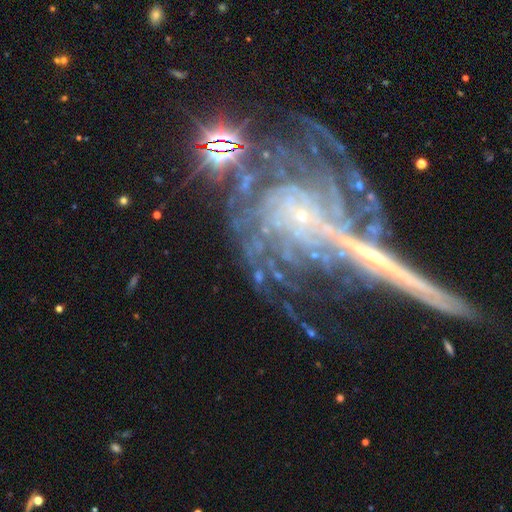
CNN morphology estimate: A featured or disk galaxy (82%) with no bar (69%), tight (61%) spiral arms (92%) and a small central bulge (81%).

Vote fractions:
- Smooth or featured? featured or disk: 82% / star or artifact: 12% / smooth: 6%
- Edge-on disk? no: 89% / yes: 11%
- Bar? no: 69% / weak: 19% / strong: 12%
- Spiral arms? yes: 92% / no: 8%
- Spiral winding? tight: 61% / medium: 27% / loose: 12%
- Spiral arm count? can't tell: 33% / more than 4: 18% / 4: 15% / 3: 14% / 2: 12% / 1: 8%
- Bulge size? small: 81% / none: 10% / moderate: 6% / large: 2% / dominant: 1%
- Merging? none: 48% / major disturbance: 18% / merger: 17% / minor disturbance: 17%